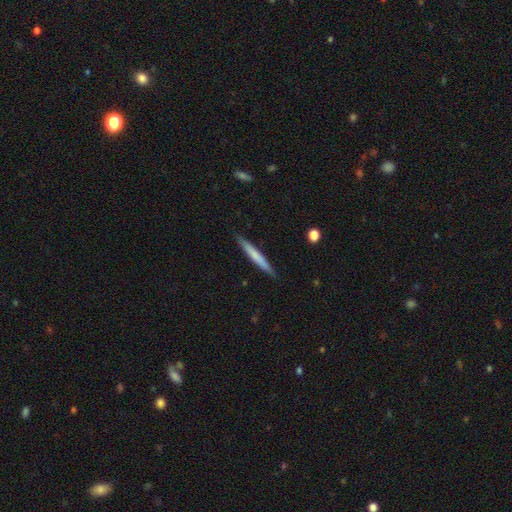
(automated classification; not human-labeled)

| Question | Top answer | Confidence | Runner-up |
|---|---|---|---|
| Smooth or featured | smooth | 62% | featured or disk (33%) |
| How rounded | cigar-shaped | 96% | in between (3%) |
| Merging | none | 89% | minor disturbance (8%) |